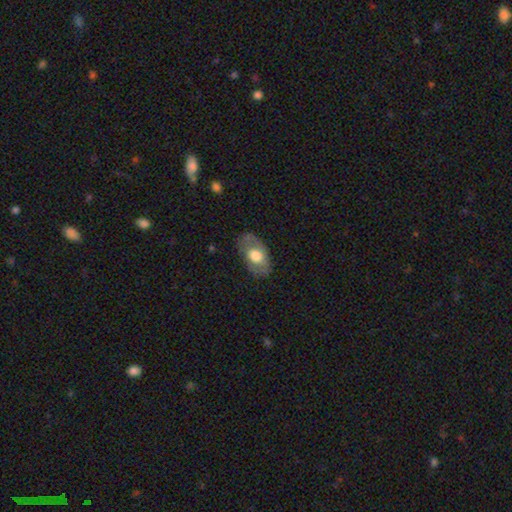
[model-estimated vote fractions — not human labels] smooth-or-featured: smooth: 53% | featured or disk: 41% | star or artifact: 6%
  how-rounded: in between: 91% | round: 7% | cigar-shaped: 2%
  merging: none: 75% | minor disturbance: 18% | major disturbance: 6% | merger: 1%